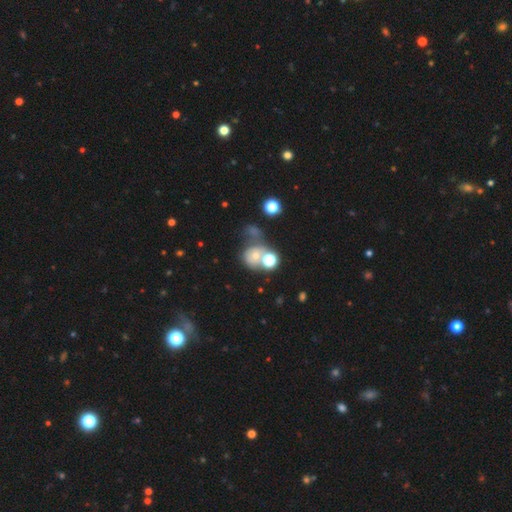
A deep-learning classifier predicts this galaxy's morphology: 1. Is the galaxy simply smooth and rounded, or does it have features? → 53% smooth, 26% featured or disk, 21% star or artifact.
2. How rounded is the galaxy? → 73% round, 25% in between, 1% cigar-shaped.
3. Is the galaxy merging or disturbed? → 39% merger, 32% none, 15% major disturbance, 14% minor disturbance.